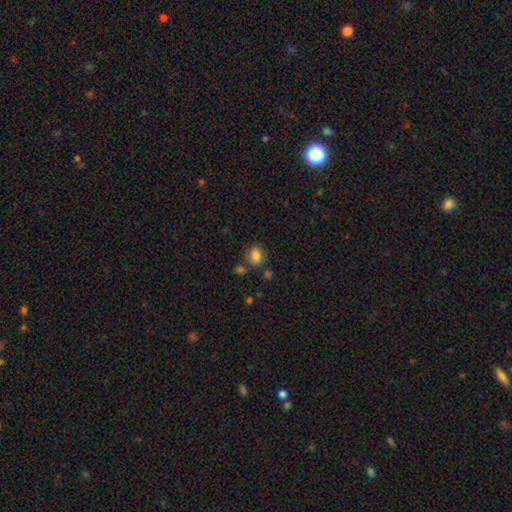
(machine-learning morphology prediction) Smooth or featured? Predicted: smooth (p=0.82). How rounded? Predicted: round (p=0.56). Merging? Predicted: none (p=0.72).